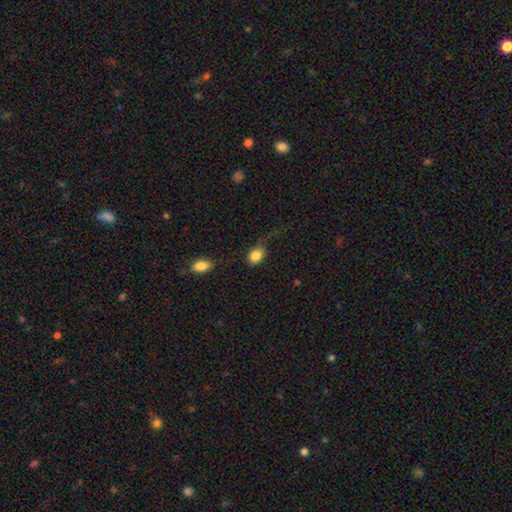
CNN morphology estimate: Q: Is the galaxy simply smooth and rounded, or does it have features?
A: smooth — 85%.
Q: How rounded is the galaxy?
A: in between — 56%.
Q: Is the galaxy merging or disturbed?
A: none — 47%.